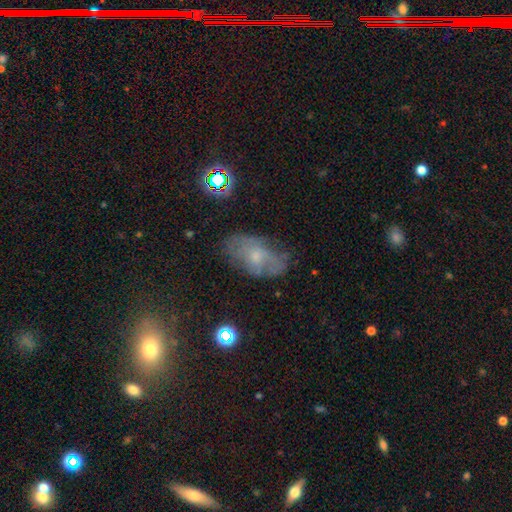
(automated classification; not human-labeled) A featured or disk galaxy (48%). Merging: none (58%).